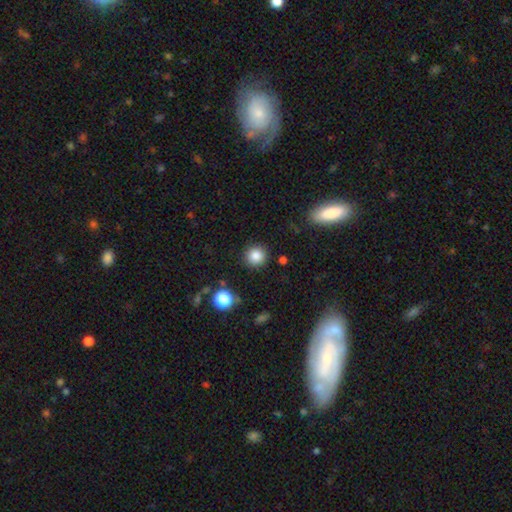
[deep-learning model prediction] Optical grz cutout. It shows a smooth galaxy with no disk features (84%) that is round (93%). Merging: none (89%).